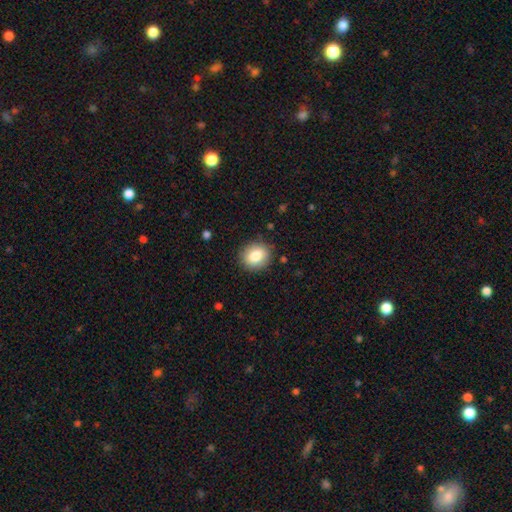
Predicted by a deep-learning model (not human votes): Smooth or featured: smooth — 82% (featured or disk — 9%)
How rounded: round — 66% (in between — 33%)
Merging: none — 87% (minor disturbance — 10%)